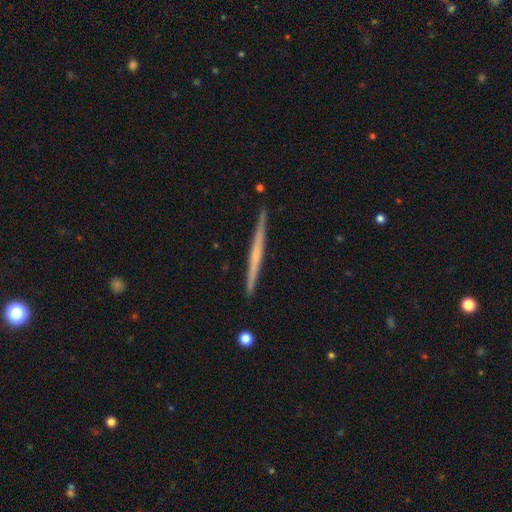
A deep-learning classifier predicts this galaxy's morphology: type=featured or disk (61%); edge-on=yes (98%); edge-on bulge=none (80%); merging=none (91%).